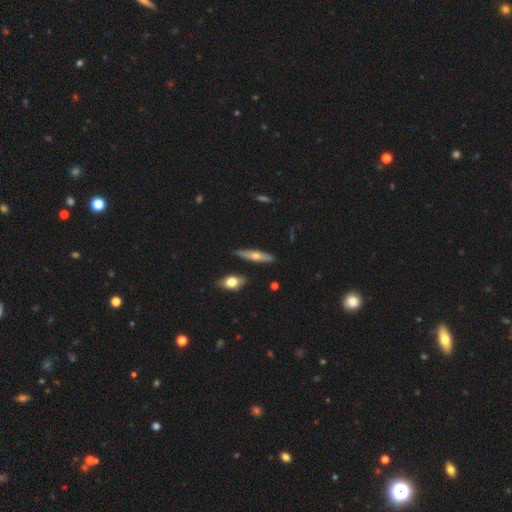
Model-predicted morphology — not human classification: Smooth or featured? Predicted: featured or disk (p=0.52). Edge-on disk? Predicted: yes (p=0.91). Merging? Predicted: none (p=0.87).